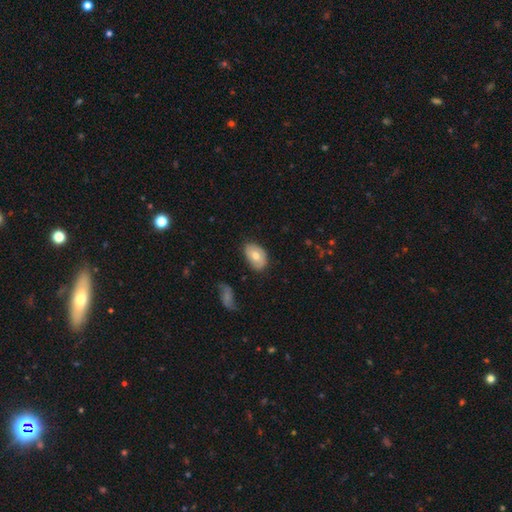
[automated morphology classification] smooth-or-featured: smooth: 68% | featured or disk: 25% | star or artifact: 7%
  how-rounded: in between: 87% | round: 12% | cigar-shaped: 1%
  merging: none: 75% | minor disturbance: 20% | major disturbance: 4% | merger: 2%